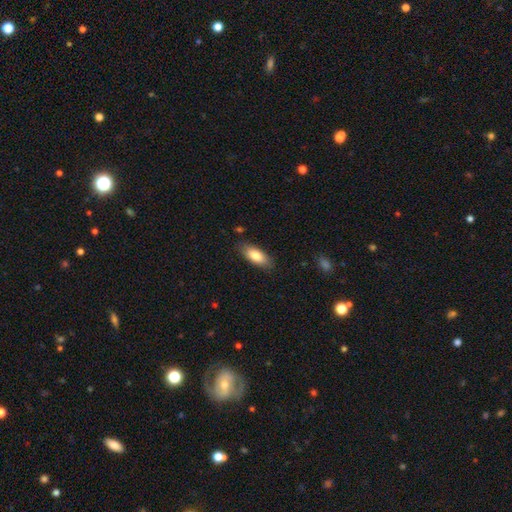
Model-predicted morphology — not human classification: smooth 80%, featured or disk 14%, star or artifact 6%. Down the decision tree: how rounded — in between (81%); merging — none (85%).